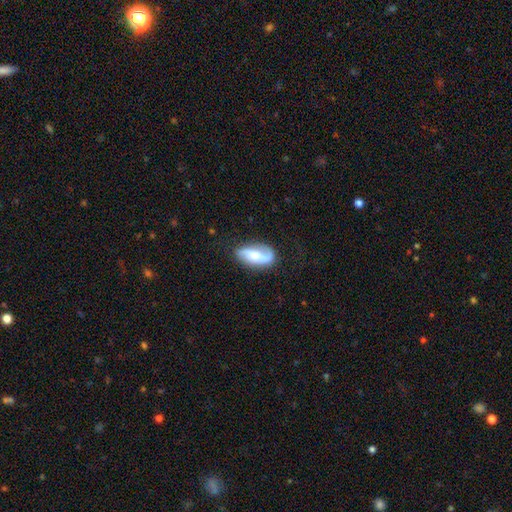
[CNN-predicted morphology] A featured or disk galaxy (68%) with no bar (42%), 2 (80%) loose (59%) spiral arms (89%) and a moderate central bulge (57%). Merging: none (71%).